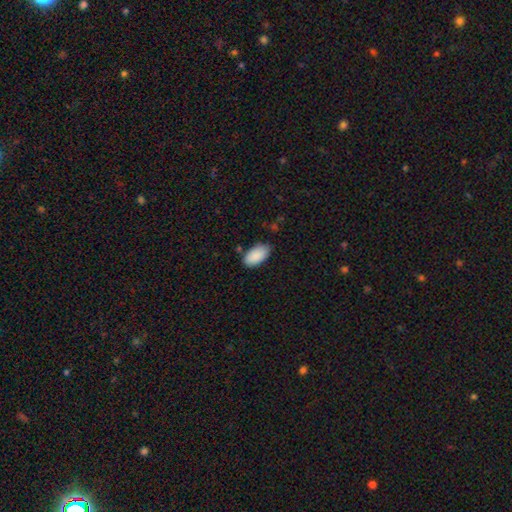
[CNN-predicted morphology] smooth_or_featured: smooth (p=0.90) [alt: star or artifact p=0.06]
how_rounded: in between (p=0.96) [alt: cigar-shaped p=0.02]
merging: none (p=0.79) [alt: minor disturbance p=0.16]